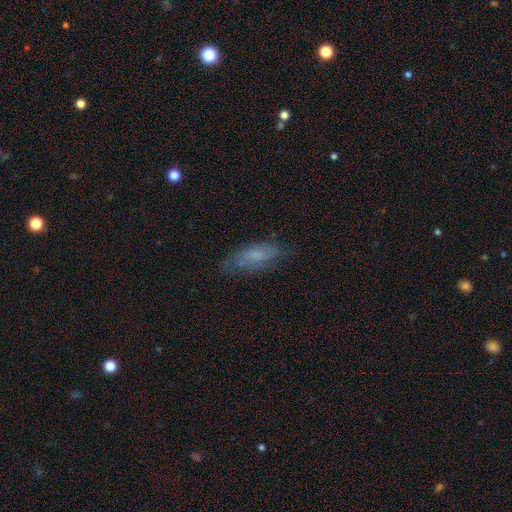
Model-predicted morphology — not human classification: Smooth or featured: smooth — 59% (featured or disk — 32%)
How rounded: in between — 68% (cigar-shaped — 30%)
Merging: none — 69% (minor disturbance — 22%)